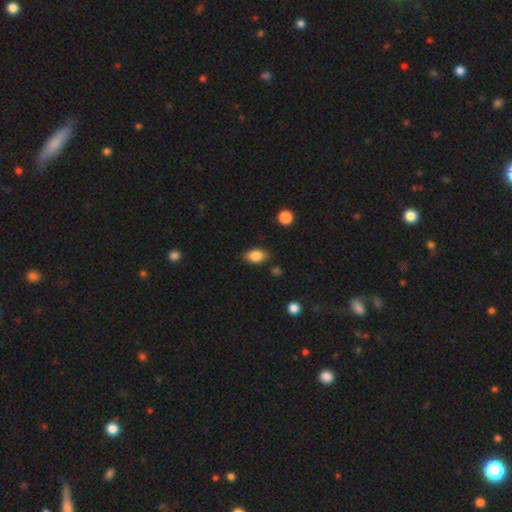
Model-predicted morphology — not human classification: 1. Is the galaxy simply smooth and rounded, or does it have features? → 86% smooth, 8% star or artifact, 6% featured or disk.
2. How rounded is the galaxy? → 88% in between, 9% round, 3% cigar-shaped.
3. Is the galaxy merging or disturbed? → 82% none, 13% minor disturbance, 3% major disturbance, 2% merger.